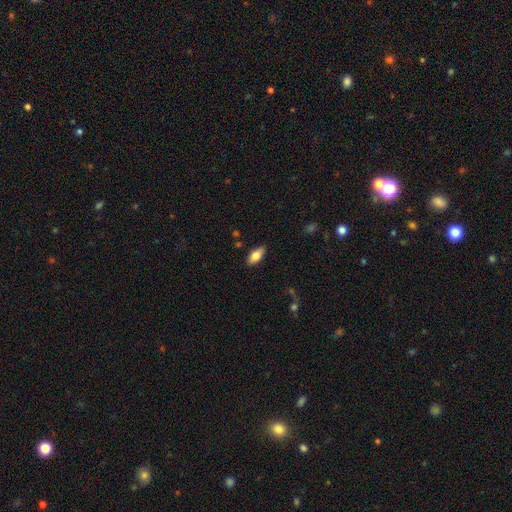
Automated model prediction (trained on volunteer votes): smooth 79%, featured or disk 14%, star or artifact 7%. Down the decision tree: how rounded — in between (88%); merging — none (85%).